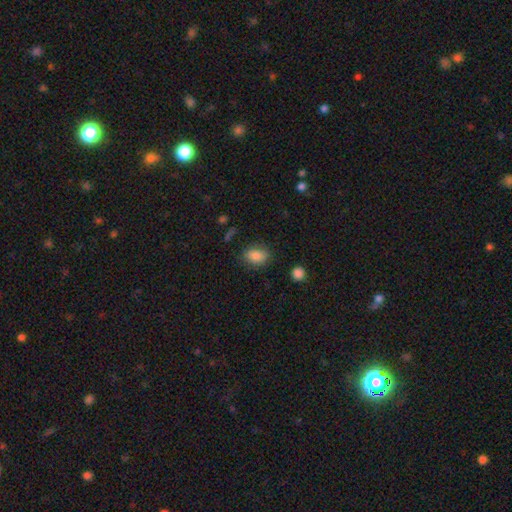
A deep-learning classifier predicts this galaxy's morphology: A smooth galaxy with no disk features (84%) that is in between round and cigar-shaped (75%). Merging: none (78%).